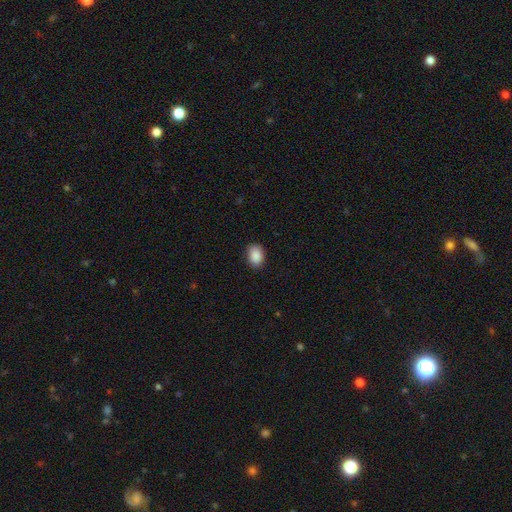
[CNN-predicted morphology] A smooth galaxy with no disk features (89%) that is in between round and cigar-shaped (76%). Merging: none (85%).